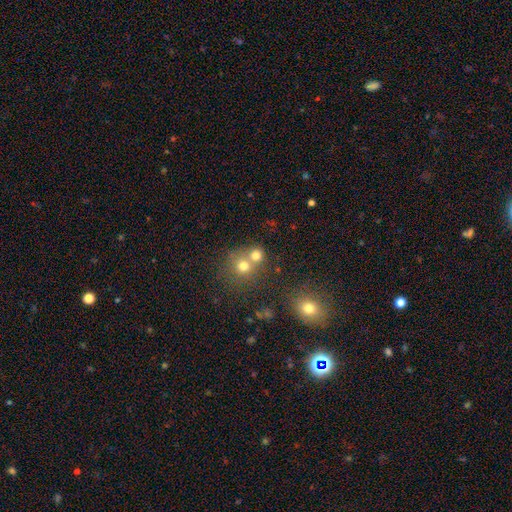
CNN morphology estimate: A smooth galaxy with no disk features (72%) that is round (84%). Merging: none (45%, tied with merger).